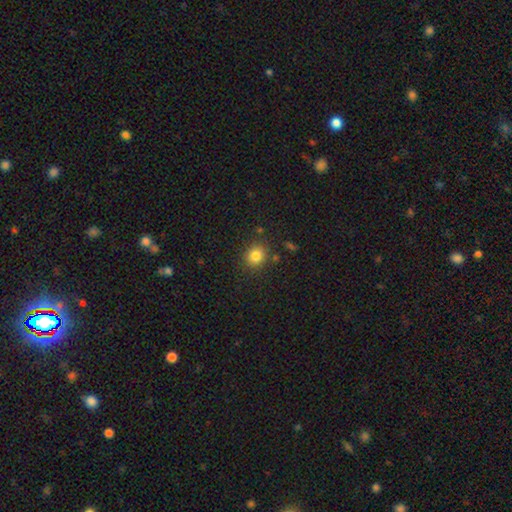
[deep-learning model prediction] Q: Smooth or featured?
A: smooth (82%); runner-up: star or artifact (12%)
Q: How rounded?
A: round (81%); runner-up: in between (18%)
Q: Merging?
A: none (84%); runner-up: minor disturbance (9%)